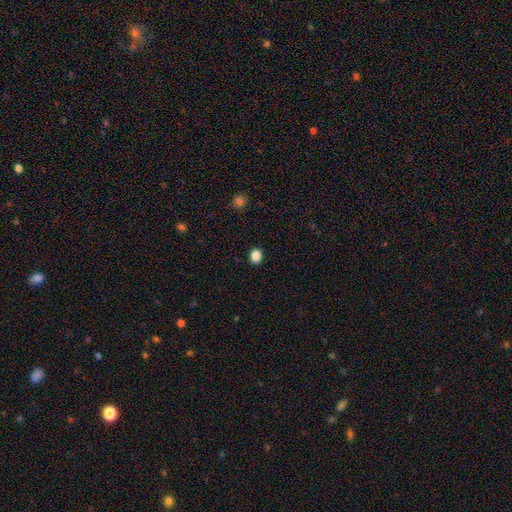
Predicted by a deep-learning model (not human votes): Morphology: type=smooth (87%); roundness=round (57%); merging=none (91%).